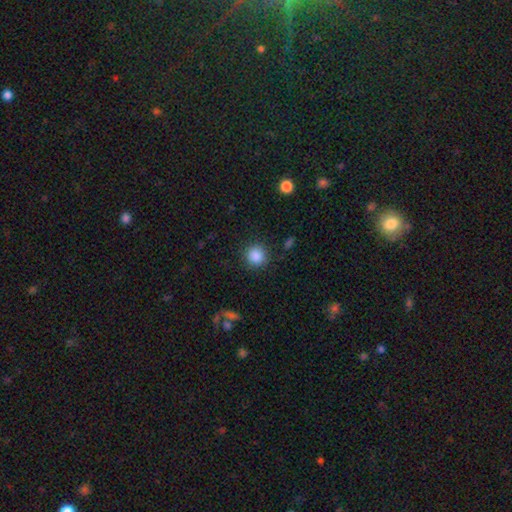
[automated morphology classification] Q: Smooth or featured?
A: smooth (87%); runner-up: star or artifact (10%)
Q: How rounded?
A: round (92%); runner-up: in between (7%)
Q: Merging?
A: none (88%); runner-up: minor disturbance (8%)